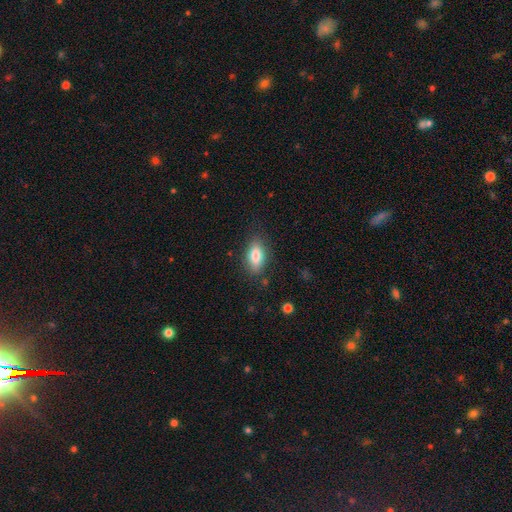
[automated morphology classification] smooth 81%, featured or disk 11%, star or artifact 8%. Down the decision tree: how rounded — in between (88%); merging — none (82%).